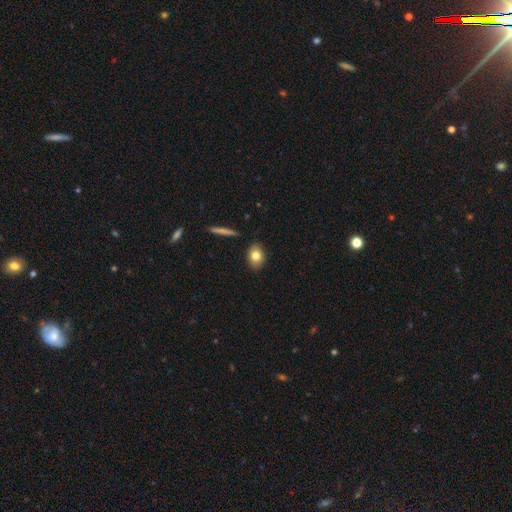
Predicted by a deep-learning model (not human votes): This appears to be a smooth galaxy with no disk features (78%) that is in between round and cigar-shaped (67%). Merging: none (87%).